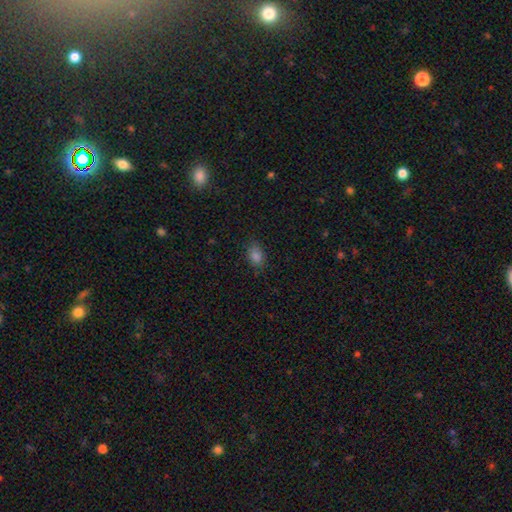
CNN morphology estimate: type=smooth (81%); roundness=in between (76%); merging=none (79%).